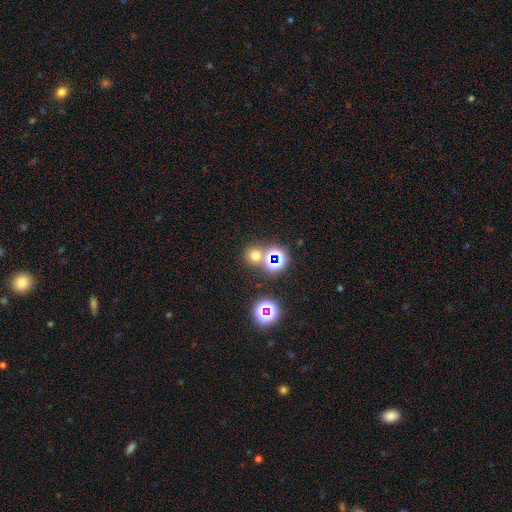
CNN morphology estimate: A smooth galaxy with no disk features (61%) that is round (89%).

Vote fractions:
- Smooth or featured? smooth: 61% / star or artifact: 32% / featured or disk: 7%
- How rounded? round: 89% / in between: 10% / cigar-shaped: 1%
- Merging? none: 70% / merger: 20% / minor disturbance: 7% / major disturbance: 3%